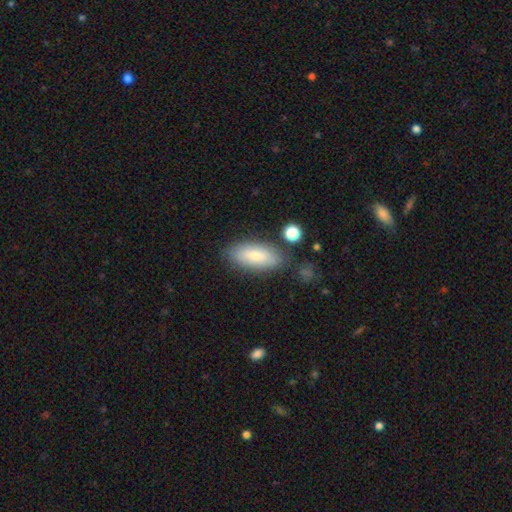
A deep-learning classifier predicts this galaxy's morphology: smooth-or-featured: smooth: 80% | featured or disk: 13% | star or artifact: 6%
  how-rounded: in between: 80% | cigar-shaped: 18% | round: 2%
  merging: none: 77% | minor disturbance: 14% | merger: 5% | major disturbance: 4%